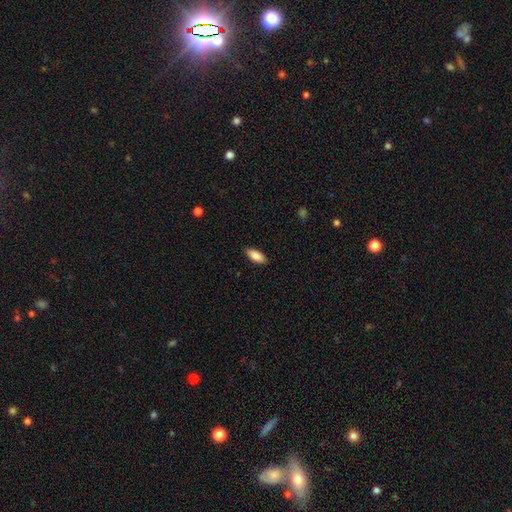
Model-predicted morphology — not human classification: This is clearly a smooth galaxy (86%). How rounded: clearly in between (84%). Merging: clearly none (88%).